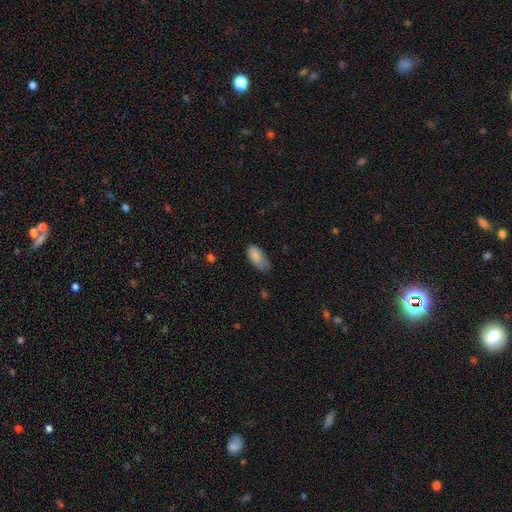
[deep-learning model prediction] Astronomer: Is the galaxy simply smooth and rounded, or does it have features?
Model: smooth — 85%.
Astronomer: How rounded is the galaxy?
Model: in between — 89%.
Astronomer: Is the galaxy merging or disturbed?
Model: none — 48% (runner-up: minor disturbance, 40%).